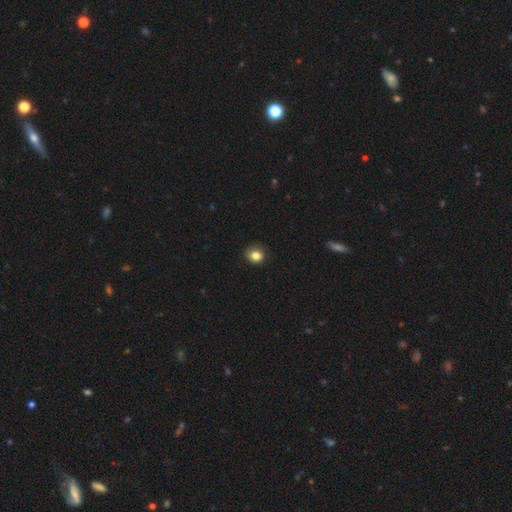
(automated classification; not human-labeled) Smooth or featured?
  - smooth: 83% *
  - star or artifact: 12%
  - featured or disk: 5%
How rounded?
  - round: 83% *
  - in between: 17%
  - cigar-shaped: 1%
Merging?
  - none: 85% *
  - minor disturbance: 11%
  - major disturbance: 2%
  - merger: 1%